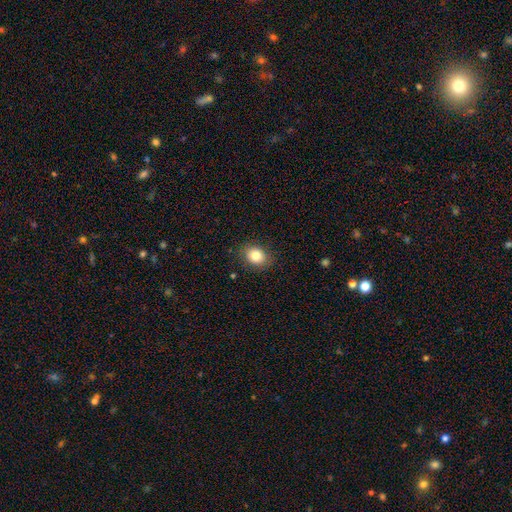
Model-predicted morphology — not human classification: Overall: smooth (82%). How rounded: in between (53%; round 46%). Merging: none (86%).